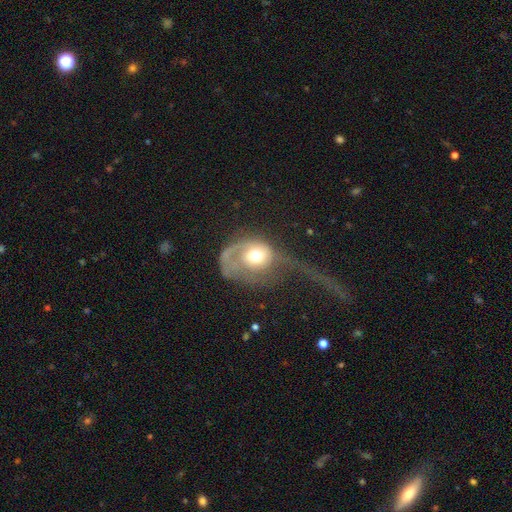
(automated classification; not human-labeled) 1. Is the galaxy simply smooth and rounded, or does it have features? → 51% featured or disk, 41% smooth, 8% star or artifact.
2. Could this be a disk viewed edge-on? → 96% no, 4% yes.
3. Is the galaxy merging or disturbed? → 64% major disturbance, 18% none, 13% minor disturbance, 5% merger.